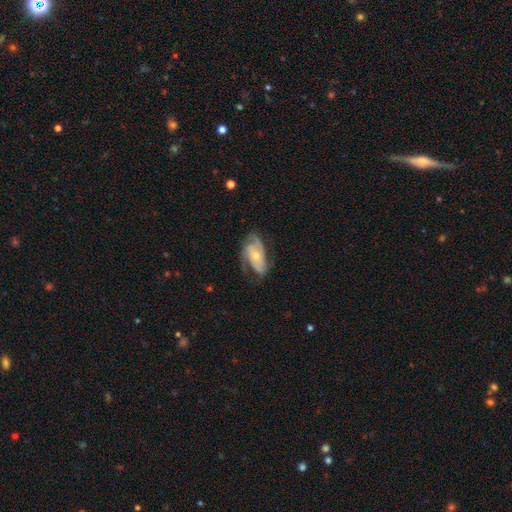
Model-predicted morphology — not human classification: Smooth or featured?
  - featured or disk: 78% *
  - smooth: 15%
  - star or artifact: 6%
Edge-on disk?
  - no: 95% *
  - yes: 5%
Bar?
  - no: 69% *
  - weak: 22%
  - strong: 8%
Spiral arms?
  - yes: 91% *
  - no: 9%
Spiral winding?
  - tight: 43% *
  - medium: 40%
  - loose: 17%
Spiral arm count?
  - 2: 39% *
  - 3: 30%
  - can't tell: 18%
  - 4: 5%
  - 1: 4%
  - more than 4: 3%
Bulge size?
  - moderate: 56% *
  - small: 40%
  - large: 2%
  - none: 1%
  - dominant: 1%
Merging?
  - none: 64% *
  - minor disturbance: 23%
  - major disturbance: 12%
  - merger: 1%